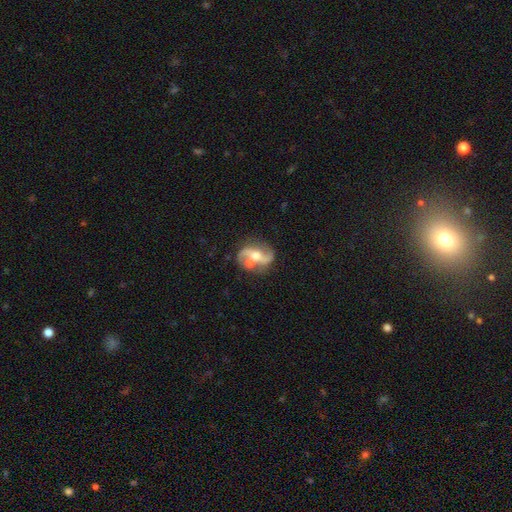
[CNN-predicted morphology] Smooth or featured? featured or disk (85%)
Edge-on disk? no (96%)
Bar? no (39%)
Spiral arms? yes (94%)
Spiral winding? loose (57%)
Spiral arm count? 2 (93%)
Bulge size? moderate (66%)
Merging? none (66%)